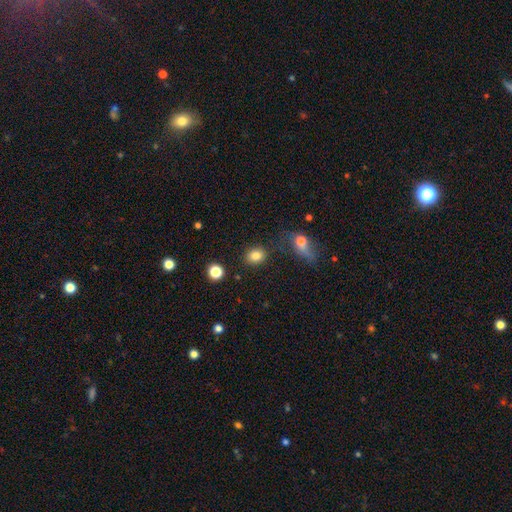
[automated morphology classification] A smooth galaxy with no disk features (83%) that is round (54%).

Vote fractions:
- Smooth or featured? smooth: 83% / star or artifact: 11% / featured or disk: 6%
- How rounded? round: 54% / in between: 44% / cigar-shaped: 1%
- Merging? none: 79% / minor disturbance: 10% / merger: 6% / major disturbance: 4%